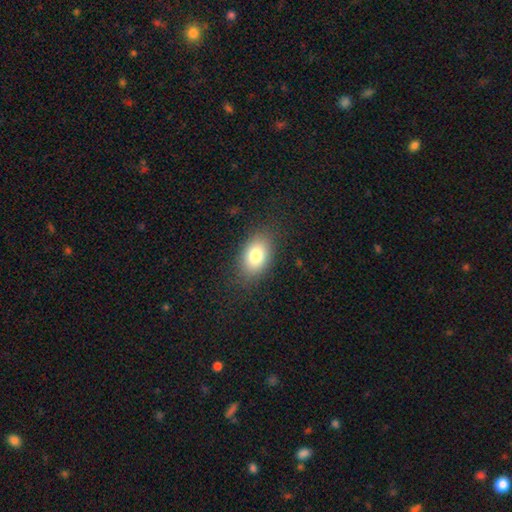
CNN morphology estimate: Smooth or featured: smooth — 80% (featured or disk — 11%)
How rounded: in between — 86% (round — 13%)
Merging: none — 83% (minor disturbance — 12%)